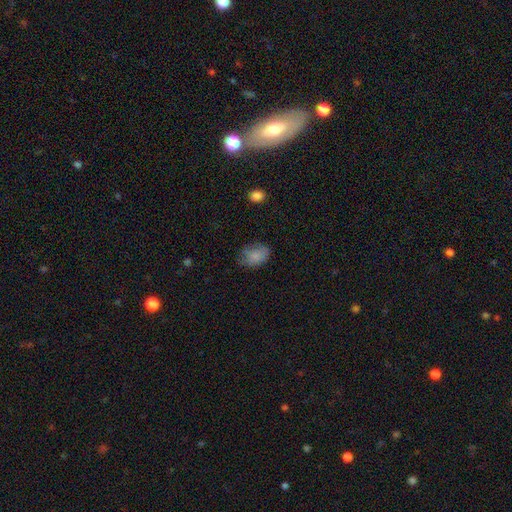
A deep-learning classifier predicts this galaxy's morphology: This is clearly a smooth galaxy (81%). How rounded: likely in between (79%). Merging: likely none (65%).